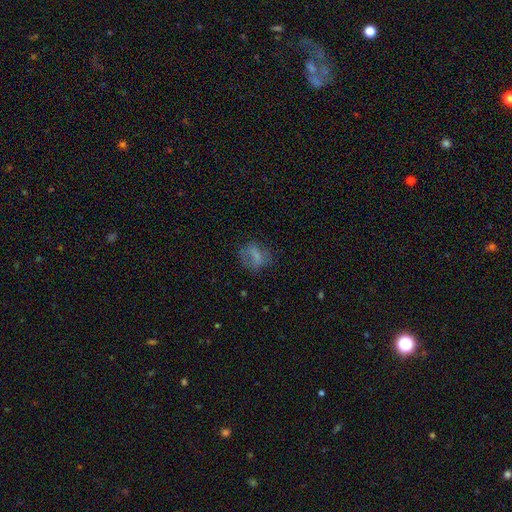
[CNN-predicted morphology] Q: Smooth or featured?
A: smooth (61%); runner-up: featured or disk (27%)
Q: How rounded?
A: in between (51%); runner-up: round (46%)
Q: Merging?
A: none (60%); runner-up: minor disturbance (21%)